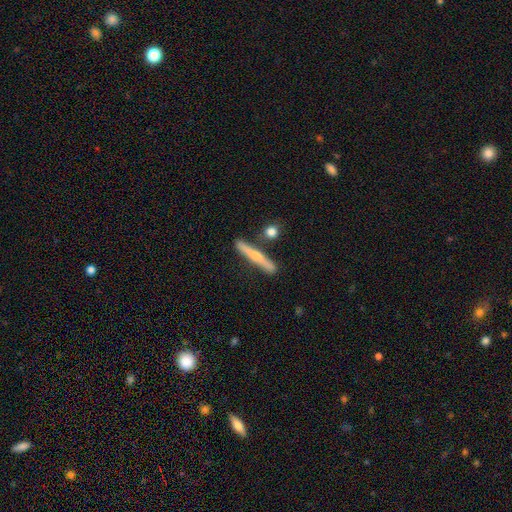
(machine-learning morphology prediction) Smooth or featured? Predicted: featured or disk (p=0.50). Merging? Predicted: none (p=0.81).